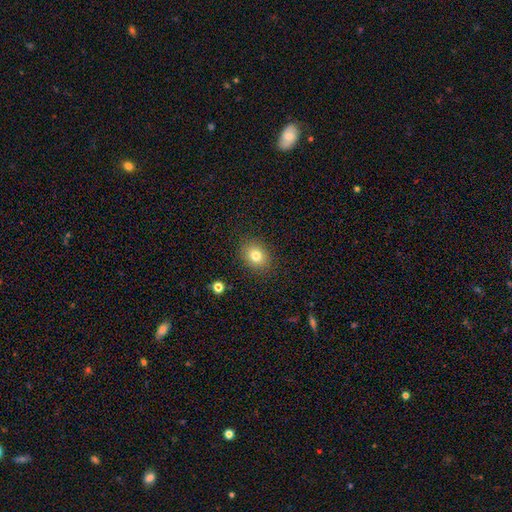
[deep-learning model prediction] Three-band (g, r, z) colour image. It shows a smooth galaxy with no disk features (79%) that is in between round and cigar-shaped (50%). Merging: none (87%).